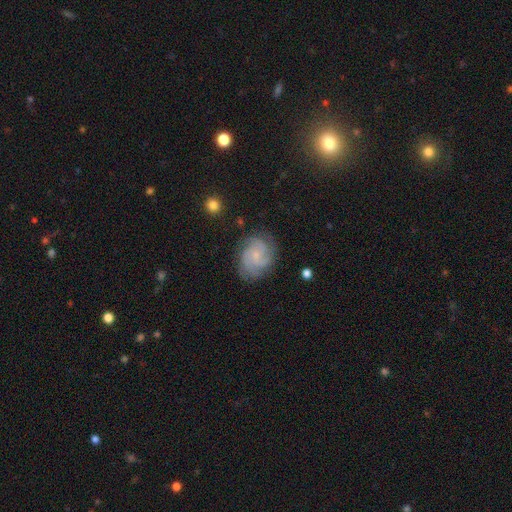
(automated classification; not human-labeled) Q: Smooth or featured?
A: featured or disk (73%); runner-up: smooth (20%)
Q: Edge-on disk?
A: no (98%); runner-up: yes (2%)
Q: Bar?
A: no (72%); runner-up: weak (25%)
Q: Spiral arms?
A: yes (95%); runner-up: no (5%)
Q: Spiral winding?
A: tight (50%); runner-up: medium (39%)
Q: Spiral arm count?
A: 3 (34%); runner-up: can't tell (23%)
Q: Bulge size?
A: small (73%); runner-up: moderate (17%)
Q: Merging?
A: none (75%); runner-up: minor disturbance (17%)